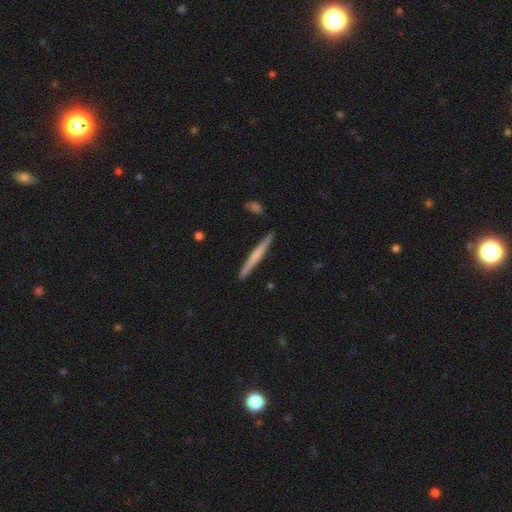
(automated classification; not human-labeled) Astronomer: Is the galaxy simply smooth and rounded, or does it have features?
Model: smooth — 53% (runner-up: featured or disk, 42%).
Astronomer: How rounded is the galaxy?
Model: cigar-shaped — 97%.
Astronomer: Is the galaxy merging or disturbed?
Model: none — 91%.